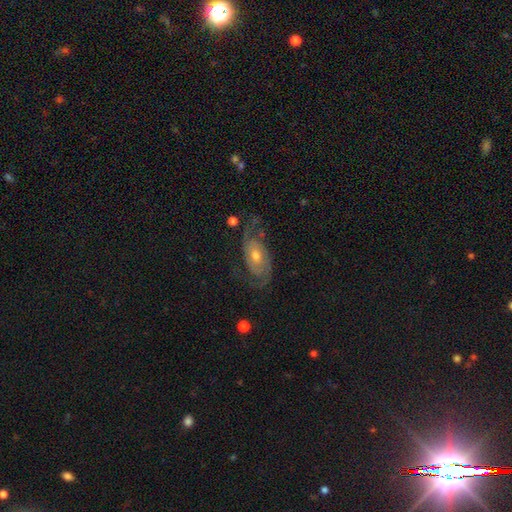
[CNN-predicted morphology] The model was most divided on "spiral winding": medium: 42%, tight: 35%, loose: 23%. More confident: edge-on disk — no (95%); spiral arms — yes (92%); smooth or featured — featured or disk (81%); spiral arm count — 2 (81%); bar — no (69%); merging — none (67%); bulge size — moderate (65%).